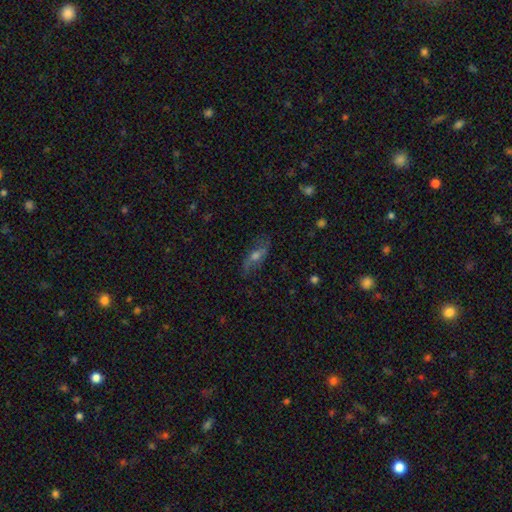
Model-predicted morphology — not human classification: This is possibly a featured or disk galaxy (50%). It is likely not viewed edge-on (61%). Merging: likely none (76%).